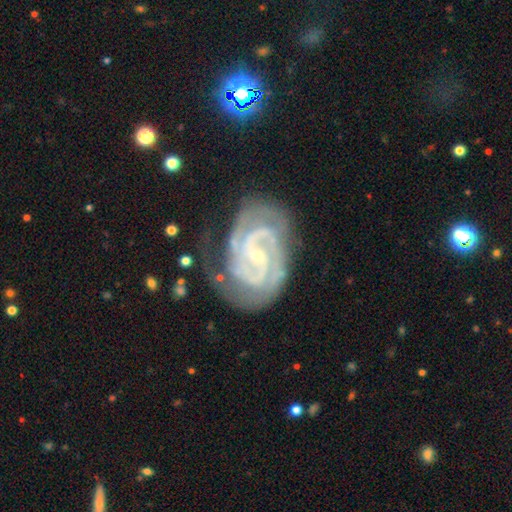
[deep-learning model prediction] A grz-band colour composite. It shows a featured or disk galaxy (92%) with no bar (49%), 2 (58%) tight (63%) spiral arms (99%) and a small central bulge (81%). Merging: none (69%).